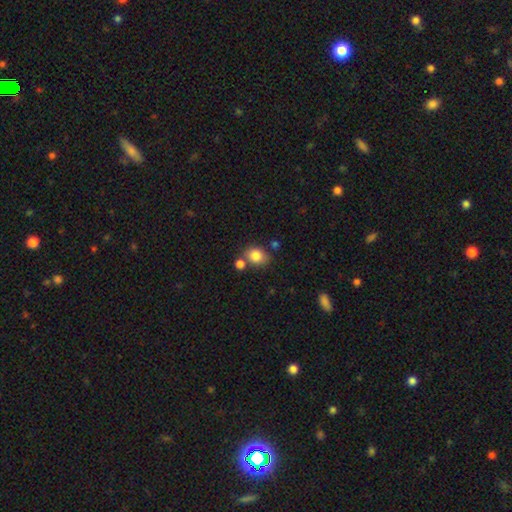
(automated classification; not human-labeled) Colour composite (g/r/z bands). It shows a smooth galaxy with no disk features (82%) that is round (51%). Merging: none (61%).